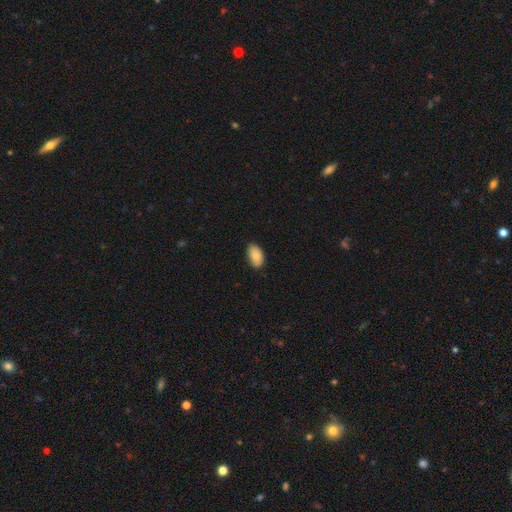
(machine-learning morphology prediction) This appears to be a smooth galaxy with no disk features (83%) that is in between round and cigar-shaped (93%). Merging: none (81%).